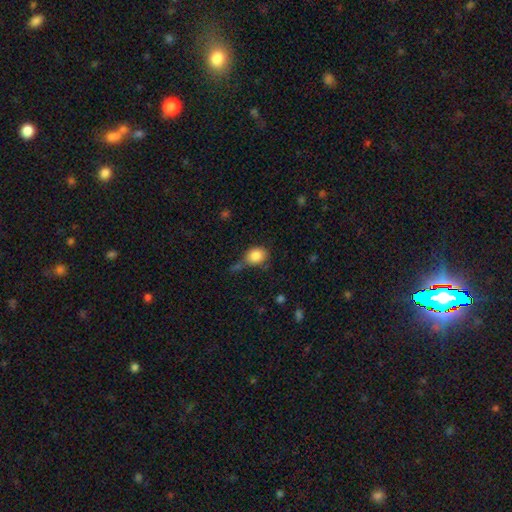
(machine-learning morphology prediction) A smooth galaxy with no disk features (84%) that is round (60%).

Vote fractions:
- Smooth or featured? smooth: 84% / star or artifact: 9% / featured or disk: 7%
- How rounded? round: 60% / in between: 39% / cigar-shaped: 1%
- Merging? none: 51% / minor disturbance: 23% / merger: 14% / major disturbance: 11%